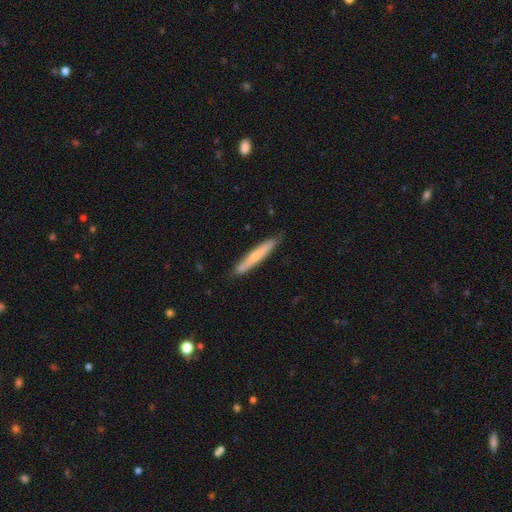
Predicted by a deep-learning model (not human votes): Q: Smooth or featured?
A: smooth (54%); runner-up: featured or disk (41%)
Q: How rounded?
A: cigar-shaped (94%); runner-up: in between (4%)
Q: Merging?
A: none (85%); runner-up: minor disturbance (12%)